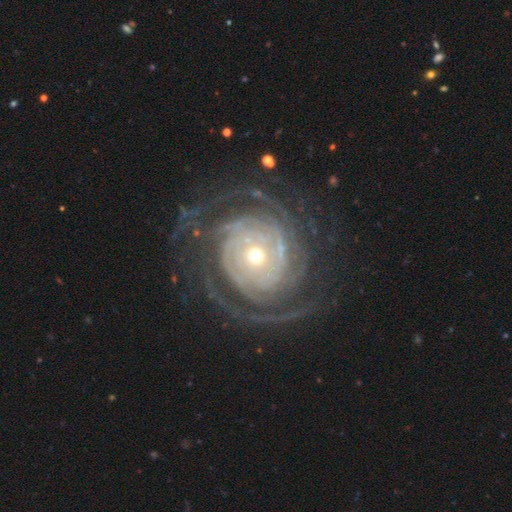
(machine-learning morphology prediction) This appears to be a featured or disk galaxy (90%) with no bar (74%), tight (79%) spiral arms (97%) and a small central bulge (60%). Merging: none (73%).